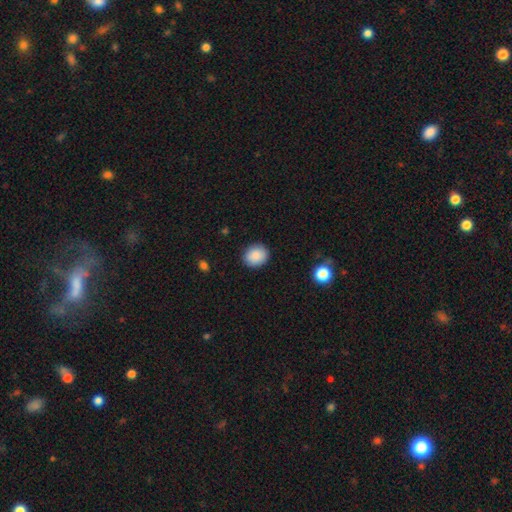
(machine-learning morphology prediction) Smooth or featured? Predicted: smooth (p=0.89). How rounded? Predicted: round (p=0.70). Merging? Predicted: none (p=0.89).